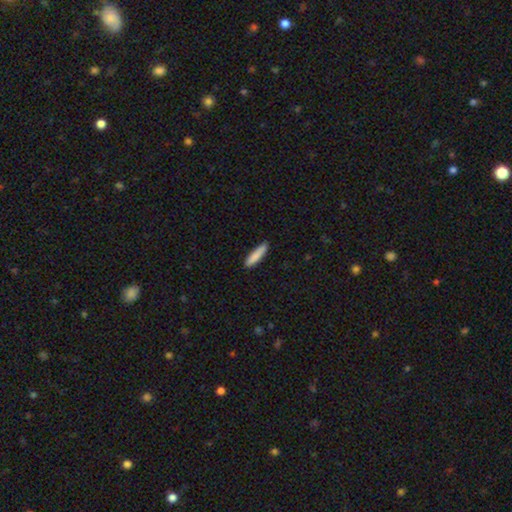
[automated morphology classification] smooth-or-featured: smooth: 86% | featured or disk: 8% | star or artifact: 6%
  how-rounded: cigar-shaped: 83% | in between: 16% | round: 1%
  merging: none: 86% | minor disturbance: 11% | major disturbance: 2% | merger: 1%